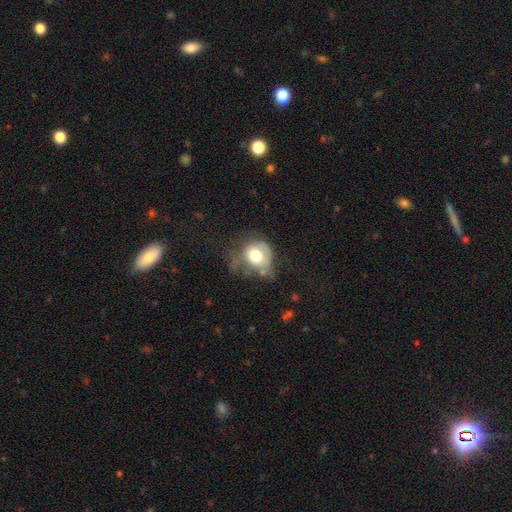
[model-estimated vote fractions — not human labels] Smooth or featured? smooth (65%)
How rounded? round (73%)
Merging? none (33%)